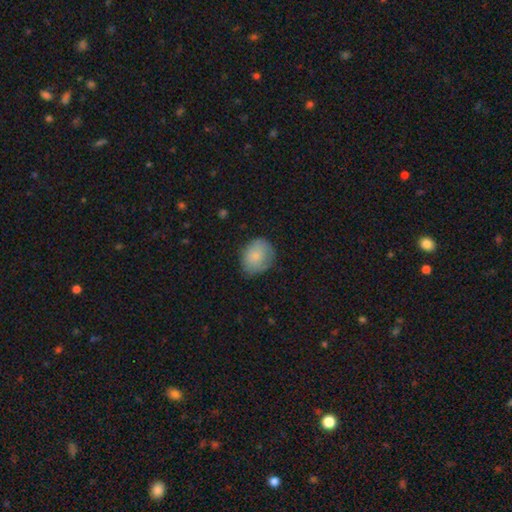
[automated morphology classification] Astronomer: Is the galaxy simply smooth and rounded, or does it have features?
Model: smooth — 75%.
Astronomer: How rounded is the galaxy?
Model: round — 55% (runner-up: in between, 45%).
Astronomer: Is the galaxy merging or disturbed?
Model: none — 69%.